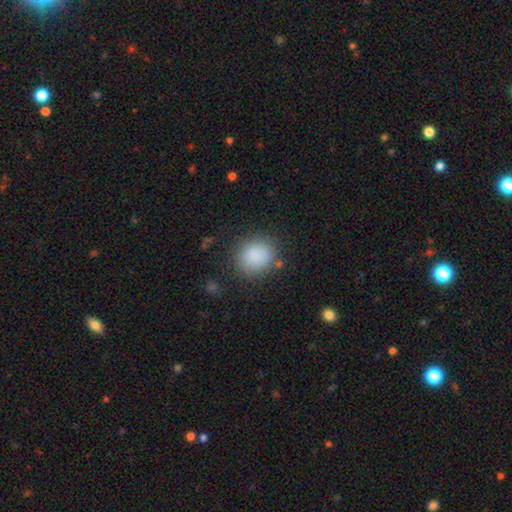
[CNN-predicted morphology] smooth-or-featured: smooth: 87% | star or artifact: 9% | featured or disk: 5%
  how-rounded: round: 75% | in between: 24% | cigar-shaped: 1%
  merging: none: 80% | minor disturbance: 12% | major disturbance: 5% | merger: 3%